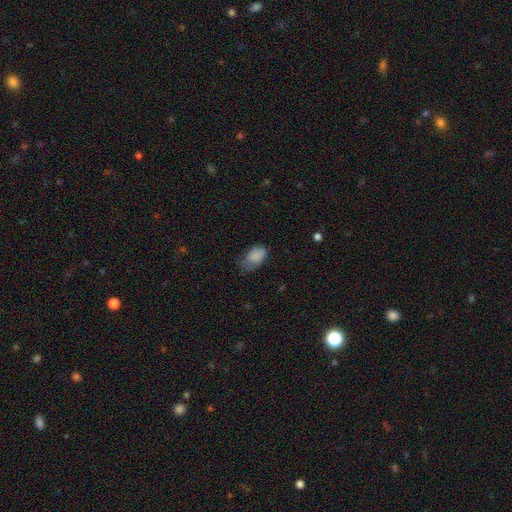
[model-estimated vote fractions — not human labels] Morphology: type=smooth (83%); roundness=in between (90%); merging=none (45%).